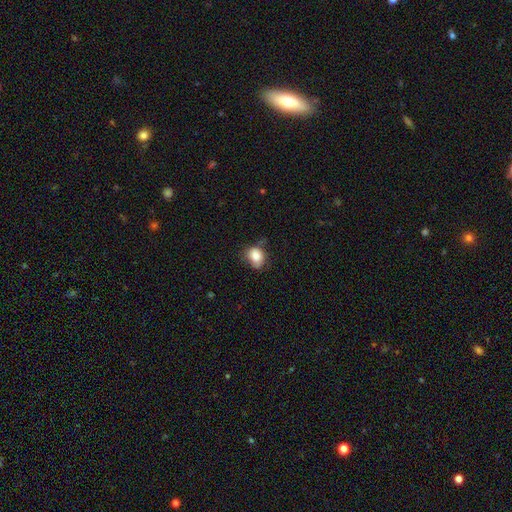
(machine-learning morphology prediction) A smooth galaxy with no disk features (83%) that is in between round and cigar-shaped (51%). Merging: none (55%).